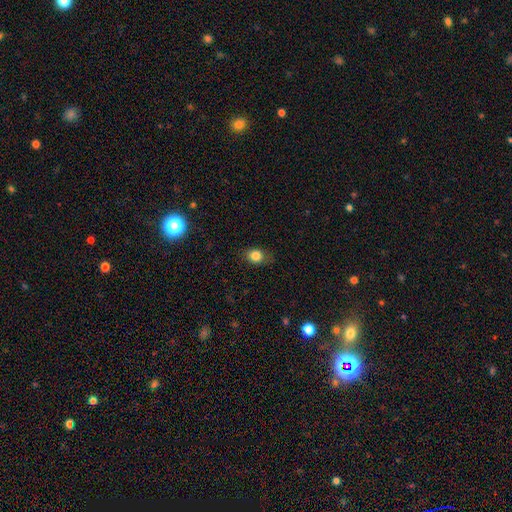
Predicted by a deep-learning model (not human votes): Overall: smooth (82%). How rounded: round (52%; in between 47%). Merging: none (79%).